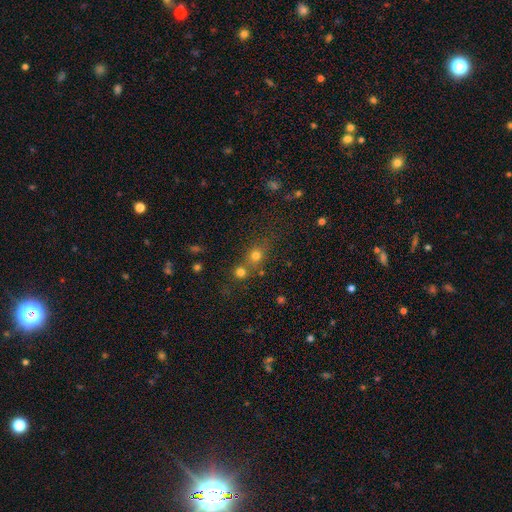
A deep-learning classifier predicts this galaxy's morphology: Overall: smooth (65%). How rounded: round (82%). Merging: none (53%; merger 34%).